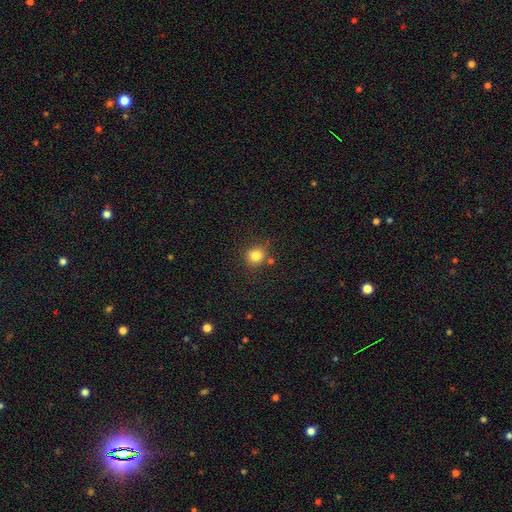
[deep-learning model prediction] The model was most divided on "merging": none: 78%, minor disturbance: 12%, merger: 7%, major disturbance: 4%. More confident: how rounded — round (84%); smooth or featured — smooth (82%).